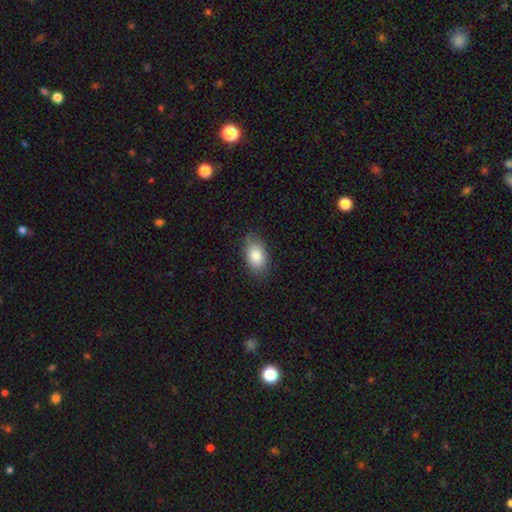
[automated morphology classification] Smooth or featured?
  - smooth: 84% *
  - featured or disk: 9%
  - star or artifact: 7%
How rounded?
  - in between: 91% *
  - round: 7%
  - cigar-shaped: 2%
Merging?
  - none: 78% *
  - minor disturbance: 17%
  - major disturbance: 3%
  - merger: 1%